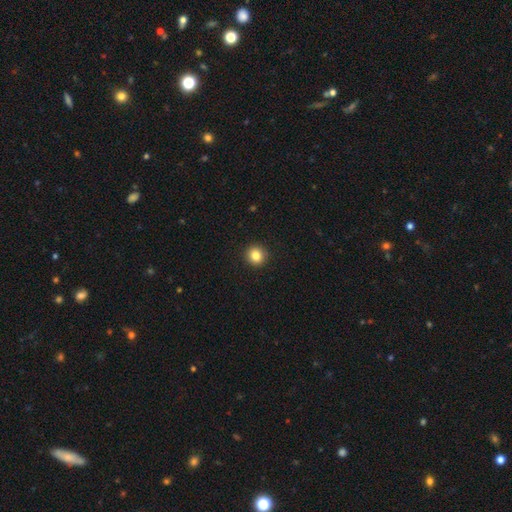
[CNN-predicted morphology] This is clearly a smooth galaxy (84%). How rounded: clearly round (92%). Merging: clearly none (93%).